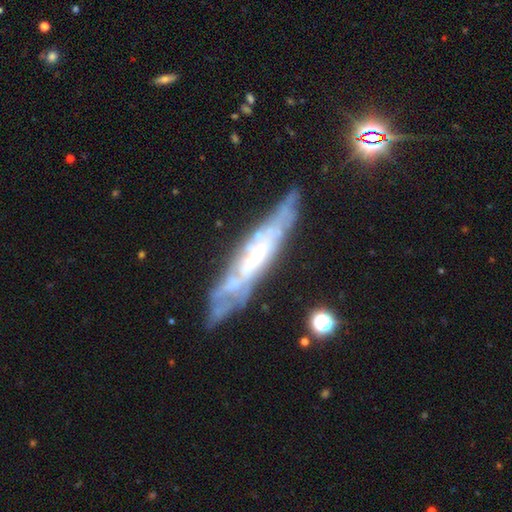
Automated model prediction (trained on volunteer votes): smooth_or_featured: featured or disk (p=0.78) [alt: smooth p=0.14]
disk_edge_on: yes (p=0.50) [tied with: no p=0.50]
merging: none (p=0.71) [alt: minor disturbance p=0.19]